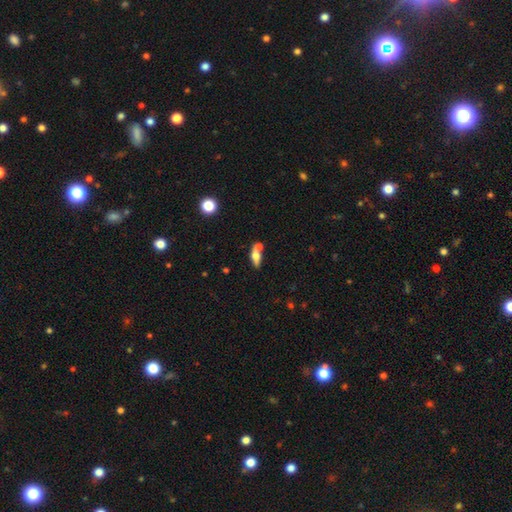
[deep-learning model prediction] Smooth or featured? Predicted: smooth (p=0.59). How rounded? Predicted: in between (p=0.72). Merging? Predicted: none (p=0.47).